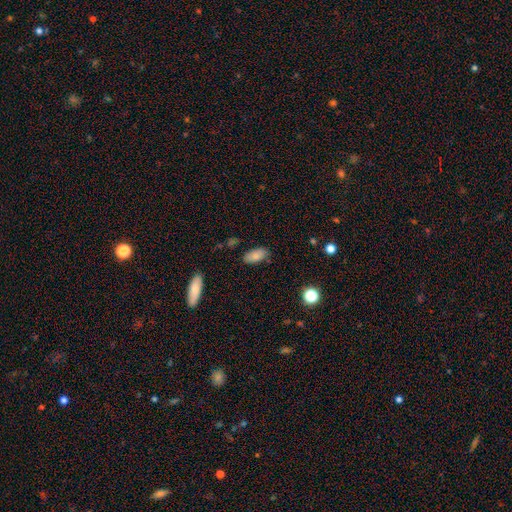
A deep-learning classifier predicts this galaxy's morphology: This appears to be a smooth galaxy with no disk features (80%) that is in between round and cigar-shaped (91%). Merging: none (82%).